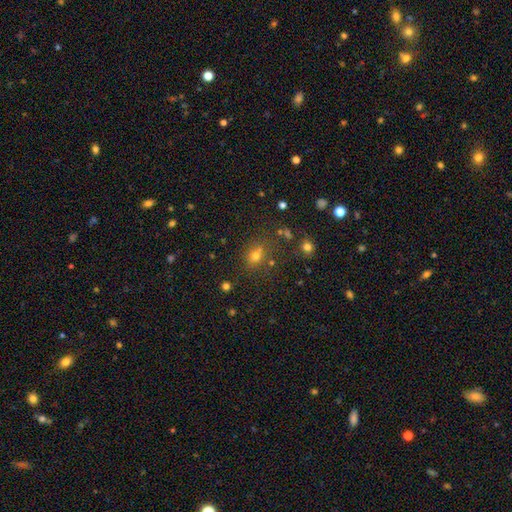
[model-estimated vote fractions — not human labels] The model was most divided on "smooth or featured": smooth: 64%, star or artifact: 27%, featured or disk: 10%. More confident: how rounded — round (71%); merging — none (64%).